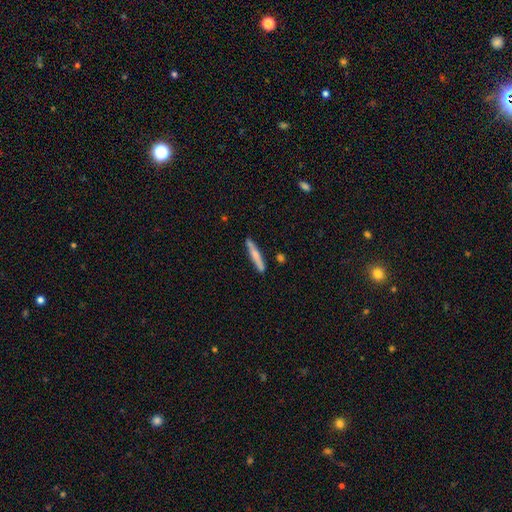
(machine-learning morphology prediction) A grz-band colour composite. It shows a smooth galaxy with no disk features (57%) that is cigar-shaped (94%). Merging: none (86%).